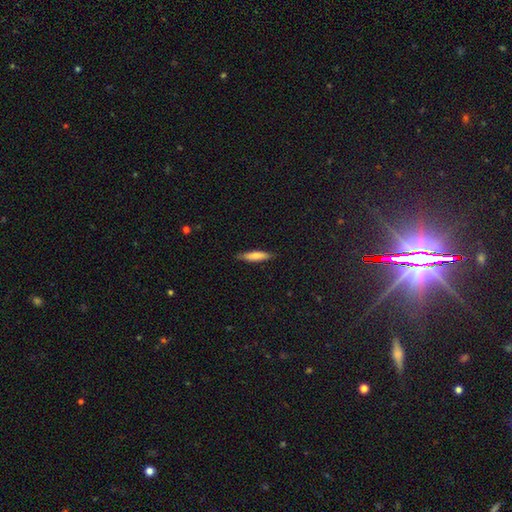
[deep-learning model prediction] A smooth galaxy with no disk features (75%) that is cigar-shaped (80%). Merging: none (85%).